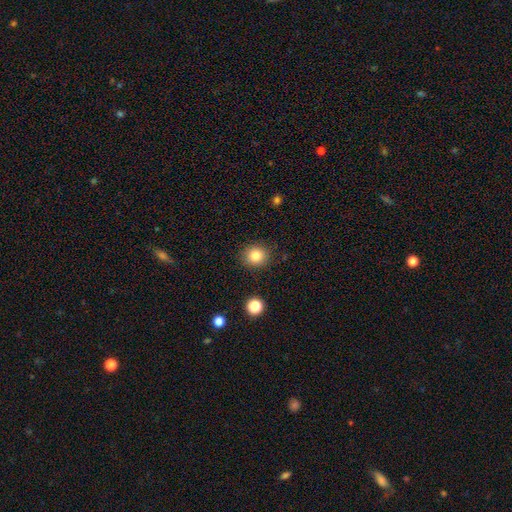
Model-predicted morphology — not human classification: smooth-or-featured: smooth: 83% | star or artifact: 11% | featured or disk: 6%
  how-rounded: round: 82% | in between: 17% | cigar-shaped: 1%
  merging: none: 88% | minor disturbance: 8% | major disturbance: 3% | merger: 2%